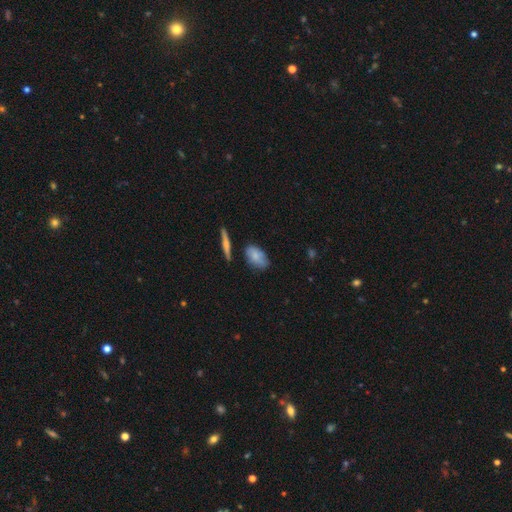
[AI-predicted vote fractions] Smooth or featured? Predicted: smooth (p=0.73). How rounded? Predicted: in between (p=0.88). Merging? Predicted: none (p=0.65).